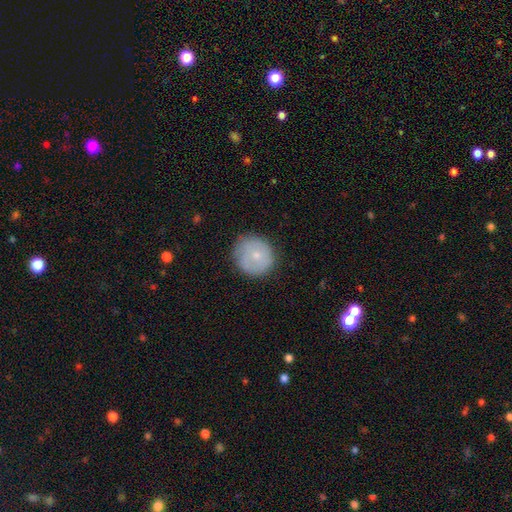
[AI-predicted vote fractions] A smooth galaxy with no disk features (64%) that is round (90%).

Vote fractions:
- Smooth or featured? smooth: 64% / featured or disk: 29% / star or artifact: 7%
- How rounded? round: 90% / in between: 9% / cigar-shaped: 1%
- Merging? none: 78% / minor disturbance: 16% / major disturbance: 5% / merger: 1%